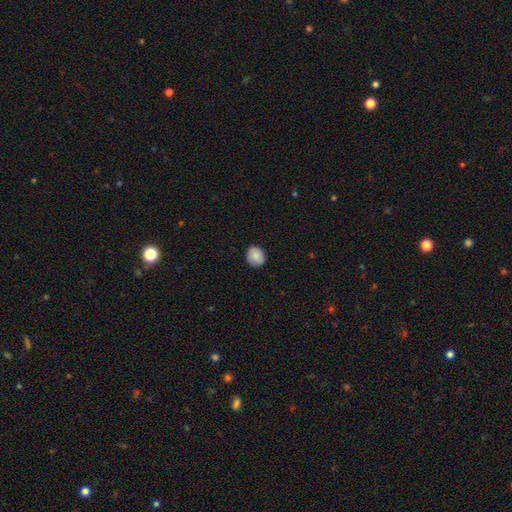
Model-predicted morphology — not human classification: Overall: smooth (88%). How rounded: round (69%; in between 30%). Merging: none (87%).